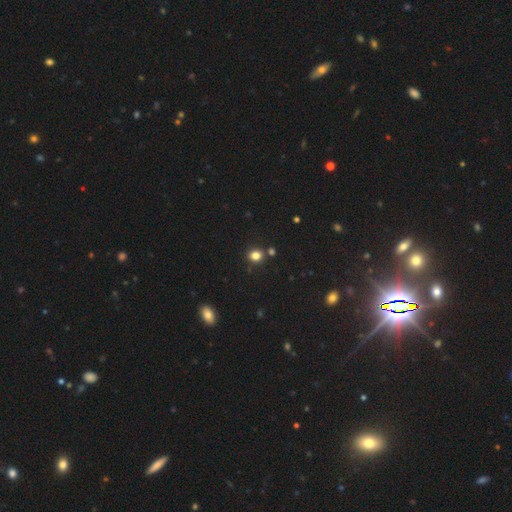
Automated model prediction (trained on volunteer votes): smooth_or_featured: smooth (p=0.81) [alt: star or artifact p=0.14]
how_rounded: round (p=0.70) [alt: in between p=0.29]
merging: none (p=0.77) [alt: minor disturbance p=0.11]